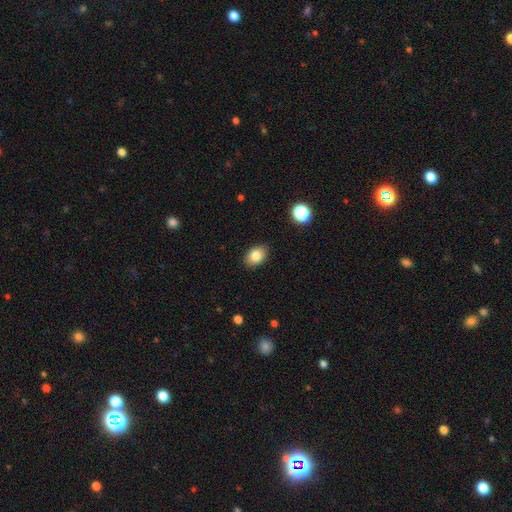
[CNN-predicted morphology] smooth-or-featured: smooth: 83% | star or artifact: 9% | featured or disk: 8%
  how-rounded: in between: 80% | round: 19% | cigar-shaped: 1%
  merging: none: 88% | minor disturbance: 9% | major disturbance: 2% | merger: 1%